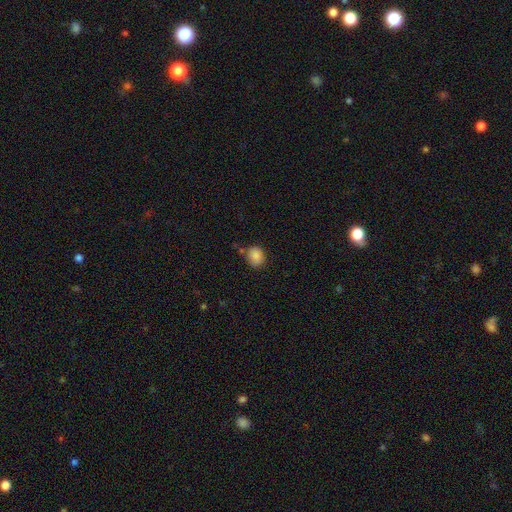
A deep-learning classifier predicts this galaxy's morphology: smooth-or-featured: smooth: 86% | star or artifact: 9% | featured or disk: 5%
  how-rounded: round: 58% | in between: 41% | cigar-shaped: 1%
  merging: none: 72% | minor disturbance: 18% | merger: 6% | major disturbance: 4%